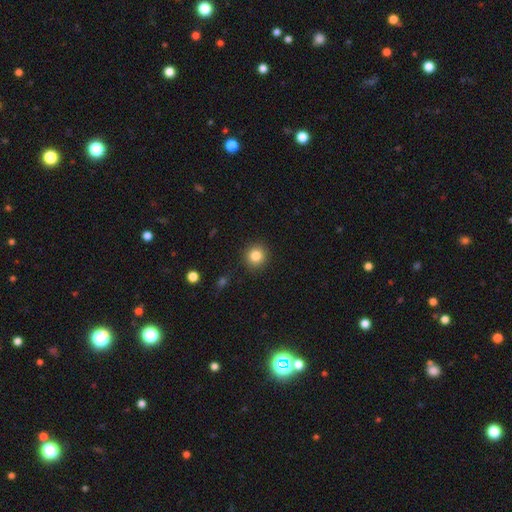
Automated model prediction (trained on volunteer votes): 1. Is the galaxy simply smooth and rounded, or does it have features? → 84% smooth, 11% star or artifact, 6% featured or disk.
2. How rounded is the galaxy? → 92% round, 7% in between, 1% cigar-shaped.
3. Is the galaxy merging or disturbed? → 91% none, 6% minor disturbance, 2% major disturbance, 1% merger.